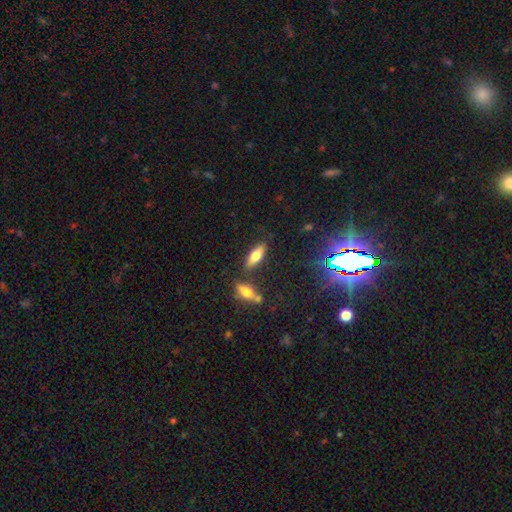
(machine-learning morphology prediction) This appears to be a smooth galaxy with no disk features (68%) that is in between round and cigar-shaped (60%). Merging: none (78%).